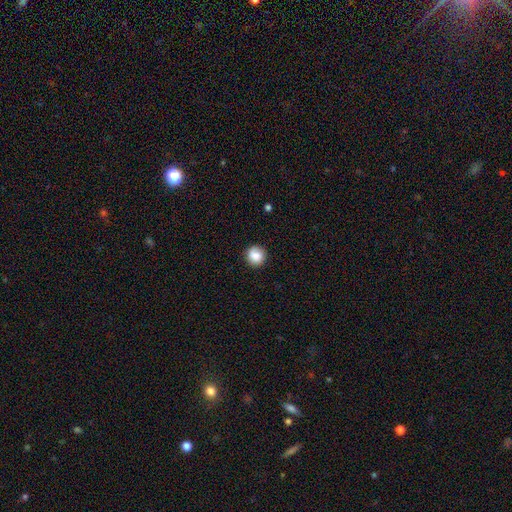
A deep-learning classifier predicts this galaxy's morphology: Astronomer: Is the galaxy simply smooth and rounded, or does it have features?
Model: smooth — 84%.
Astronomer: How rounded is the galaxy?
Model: round — 91%.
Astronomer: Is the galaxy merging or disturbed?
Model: none — 87%.